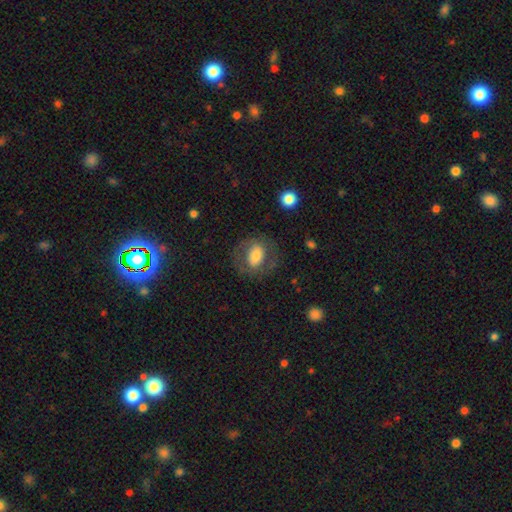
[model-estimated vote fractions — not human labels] This appears to be a smooth galaxy with no disk features (59%) that is in between round and cigar-shaped (63%). Merging: none (70%).